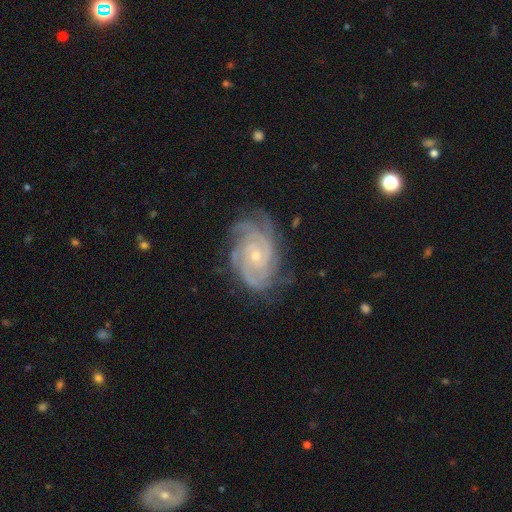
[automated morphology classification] Smooth or featured? featured or disk (89%)
Edge-on disk? no (97%)
Bar? no (71%)
Spiral arms? yes (98%)
Spiral winding? tight (72%)
Spiral arm count? 3 (28%)
Bulge size? small (71%)
Merging? none (73%)